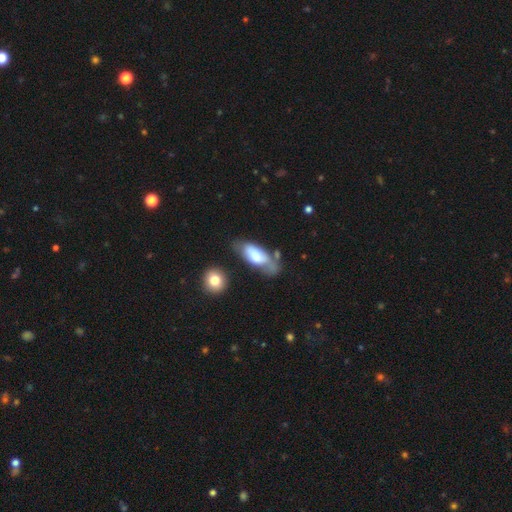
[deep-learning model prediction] Morphology: type=smooth (65%); roundness=in between (80%); merging=none (44%).